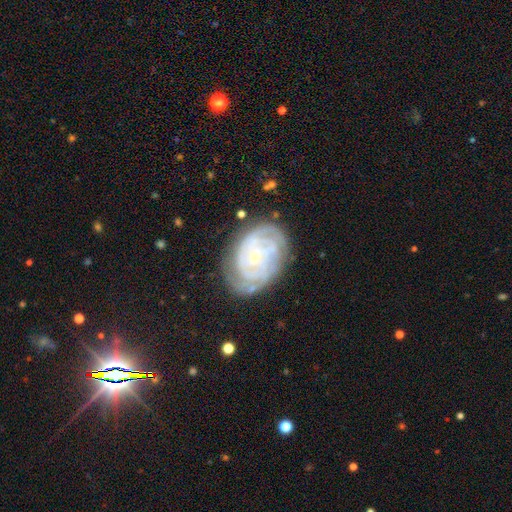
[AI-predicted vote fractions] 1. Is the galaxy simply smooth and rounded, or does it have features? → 84% featured or disk, 9% smooth, 6% star or artifact.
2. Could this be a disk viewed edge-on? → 97% no, 3% yes.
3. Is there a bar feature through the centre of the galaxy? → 55% no, 35% weak, 10% strong.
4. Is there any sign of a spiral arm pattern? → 96% yes, 4% no.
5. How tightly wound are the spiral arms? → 78% tight, 18% medium, 4% loose.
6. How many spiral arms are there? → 34% can't tell, 22% 2, 18% 3, 13% 4, 7% more than 4, 6% 1.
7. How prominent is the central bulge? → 77% small, 14% moderate, 6% none, 1% large, 1% dominant.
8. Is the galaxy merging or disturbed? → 74% none, 18% minor disturbance, 6% major disturbance, 2% merger.